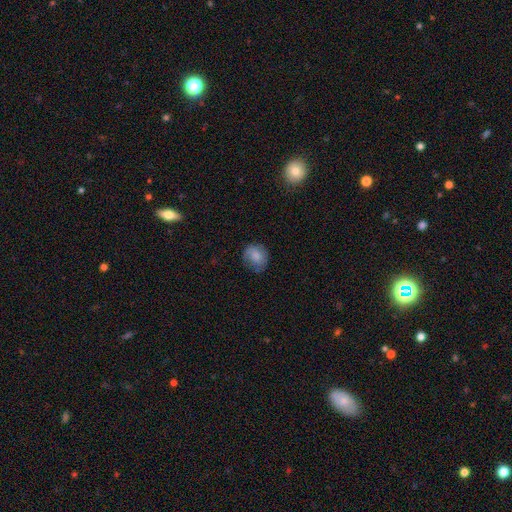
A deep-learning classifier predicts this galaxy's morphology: Smooth or featured? Predicted: smooth (p=0.77). How rounded? Predicted: round (p=0.69). Merging? Predicted: none (p=0.65).